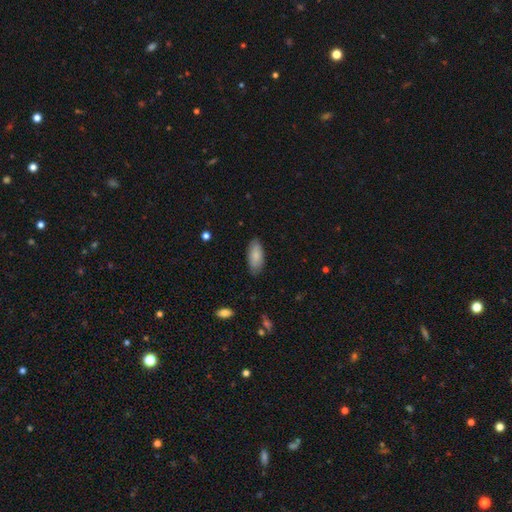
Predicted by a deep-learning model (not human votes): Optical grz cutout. It shows a smooth galaxy with no disk features (83%) that is in between round and cigar-shaped (87%). Merging: none (82%).